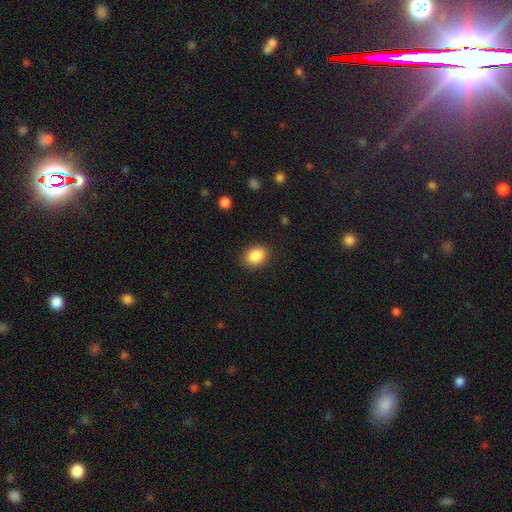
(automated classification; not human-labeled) Smooth or featured? Predicted: smooth (p=0.87). How rounded? Predicted: in between (p=0.64). Merging? Predicted: none (p=0.88).